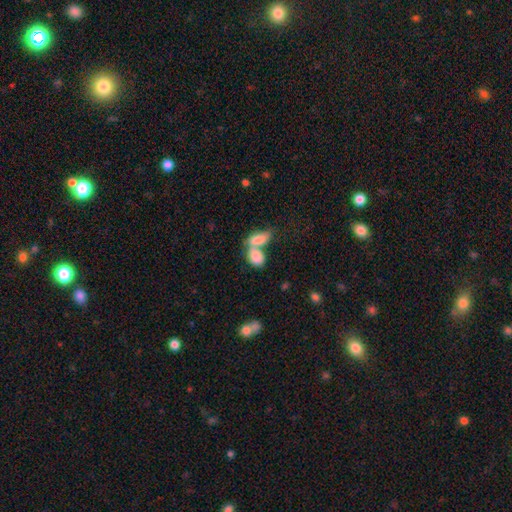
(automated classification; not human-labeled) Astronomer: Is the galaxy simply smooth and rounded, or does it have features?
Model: smooth — 81%.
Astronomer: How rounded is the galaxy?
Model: in between — 86%.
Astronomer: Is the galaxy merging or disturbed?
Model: merger — 71%.